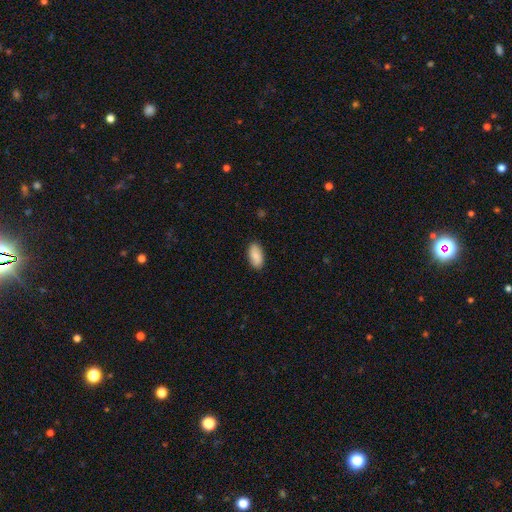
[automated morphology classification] type=smooth (88%); roundness=in between (91%); merging=none (88%).